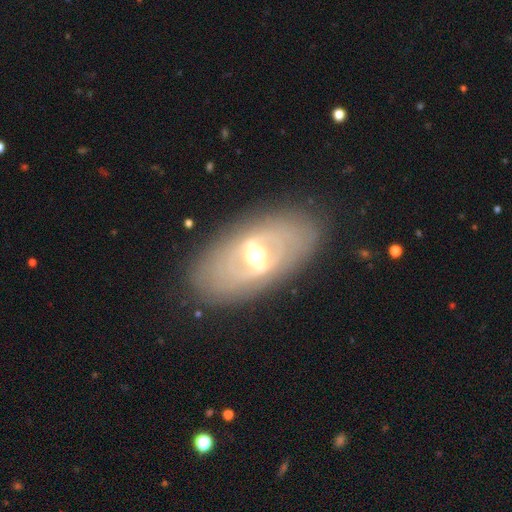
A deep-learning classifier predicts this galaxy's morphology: This appears to be a featured or disk galaxy (78%) with a strong bar (56%), no spiral arms (54%) and a moderate central bulge (70%). Merging: none (83%).